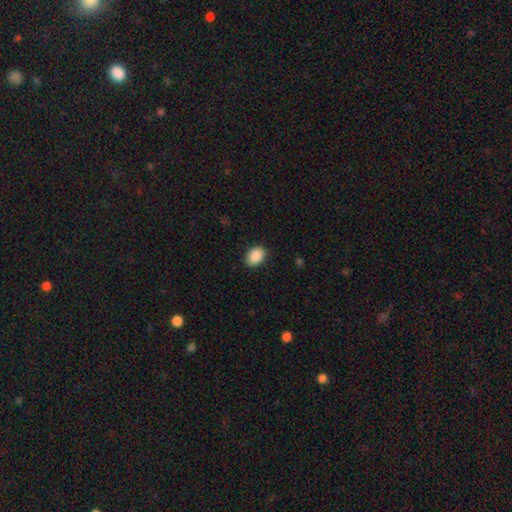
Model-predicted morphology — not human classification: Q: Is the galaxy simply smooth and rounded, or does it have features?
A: smooth — 89%.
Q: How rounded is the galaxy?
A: in between — 74%.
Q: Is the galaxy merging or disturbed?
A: none — 88%.